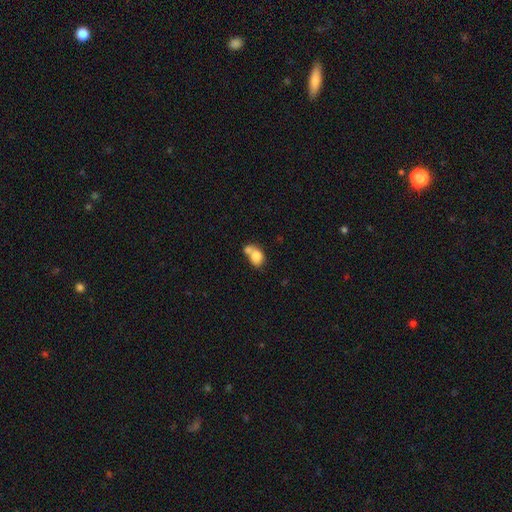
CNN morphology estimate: smooth 79%, featured or disk 12%, star or artifact 9%. Down the decision tree: how rounded — in between (61%); merging — merger (60%).